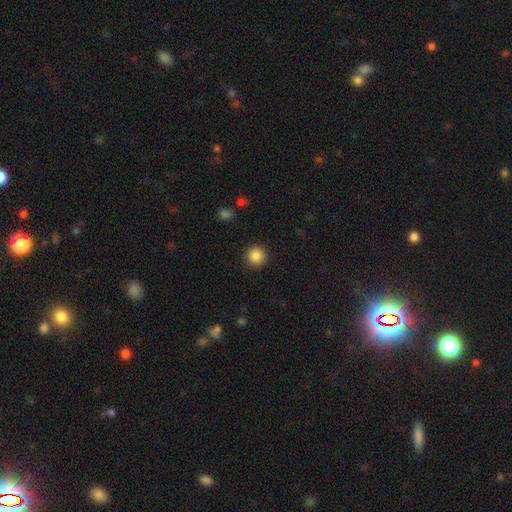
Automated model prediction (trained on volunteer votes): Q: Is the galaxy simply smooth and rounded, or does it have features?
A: smooth — 86%.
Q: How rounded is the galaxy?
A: round — 95%.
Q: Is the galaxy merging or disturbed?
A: none — 91%.